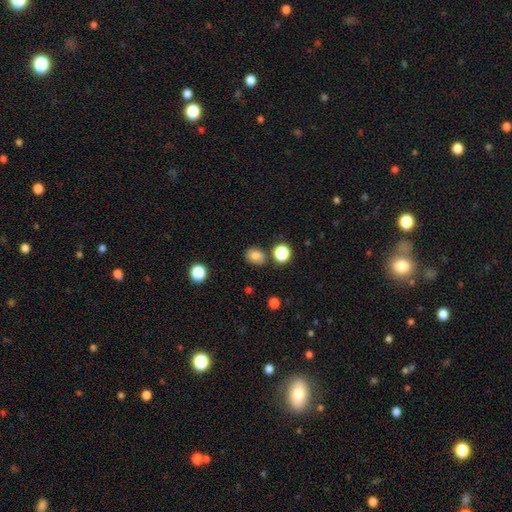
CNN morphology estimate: Smooth or featured: smooth — 79% (star or artifact — 13%)
How rounded: round — 57% (in between — 42%)
Merging: none — 76% (minor disturbance — 14%)